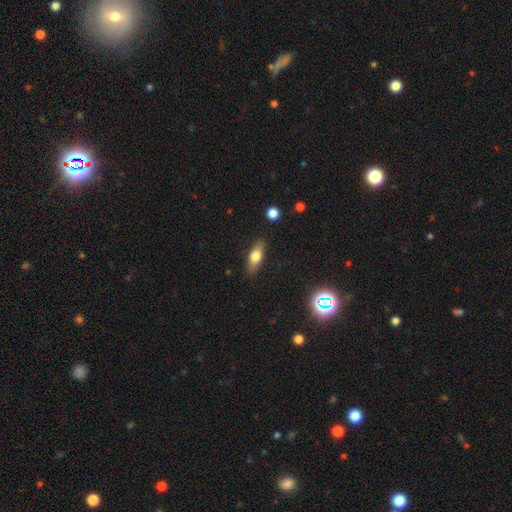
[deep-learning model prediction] The model was most divided on "smooth or featured": smooth: 64%, featured or disk: 29%, star or artifact: 8%. More confident: merging — none (86%); how rounded — in between (66%).